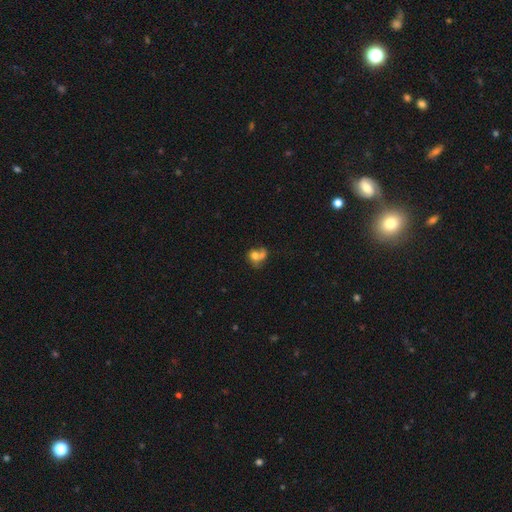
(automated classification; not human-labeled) Smooth or featured: smooth — 63% (featured or disk — 25%)
How rounded: round — 61% (in between — 38%)
Merging: merger — 51% (none — 24%)